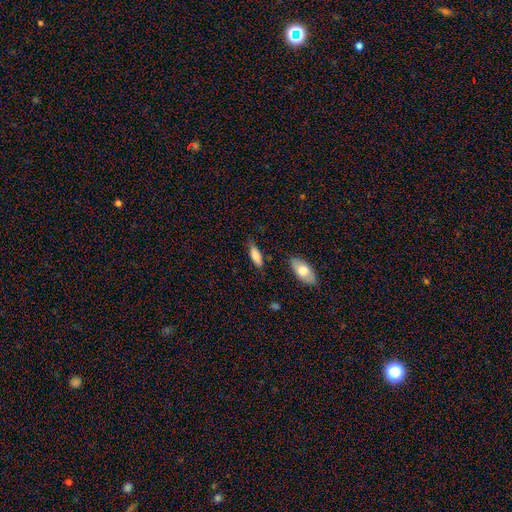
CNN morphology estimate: Smooth or featured? smooth (80%)
How rounded? in between (65%)
Merging? none (70%)